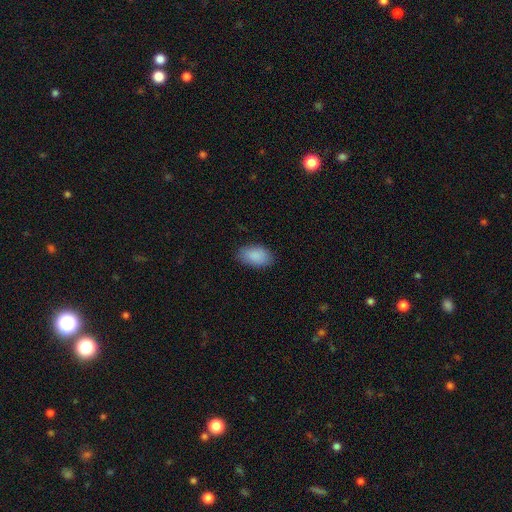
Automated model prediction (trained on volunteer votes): This appears to be a smooth galaxy with no disk features (90%) that is in between round and cigar-shaped (94%). Merging: none (85%).